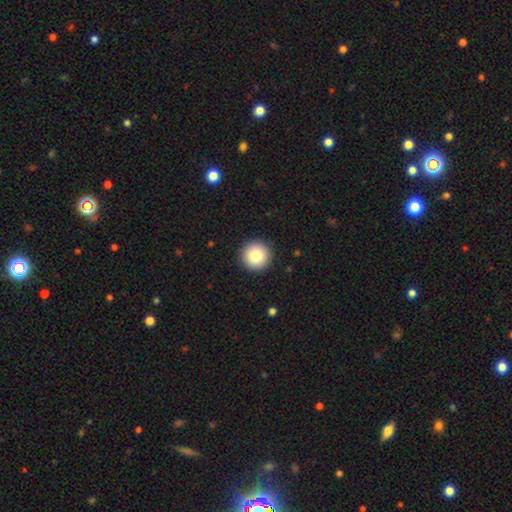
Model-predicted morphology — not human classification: smooth_or_featured: smooth (p=0.82) [alt: featured or disk p=0.09]
how_rounded: round (p=0.96) [alt: in between p=0.03]
merging: none (p=0.92) [alt: minor disturbance p=0.05]